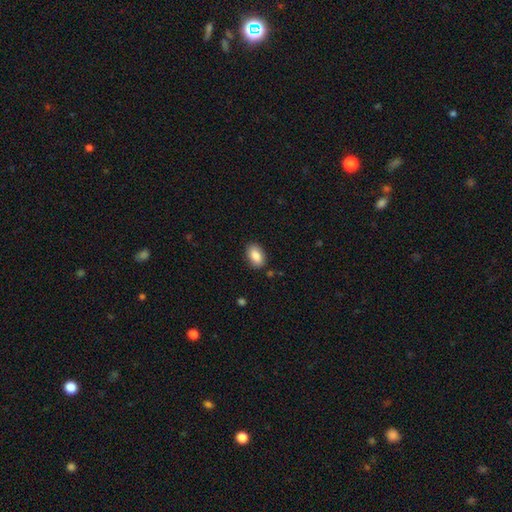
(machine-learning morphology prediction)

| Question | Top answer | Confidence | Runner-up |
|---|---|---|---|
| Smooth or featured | smooth | 86% | star or artifact (7%) |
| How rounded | in between | 90% | round (9%) |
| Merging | none | 86% | minor disturbance (10%) |